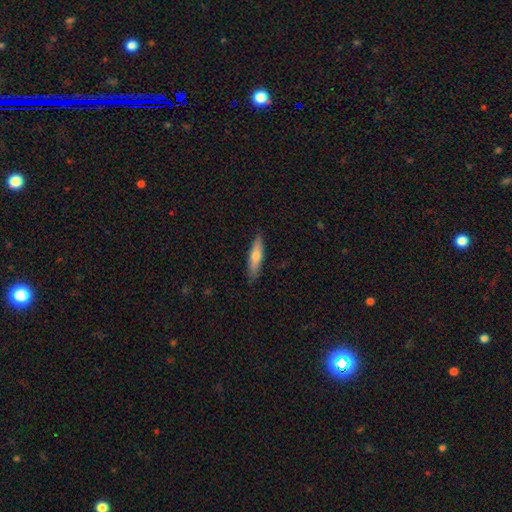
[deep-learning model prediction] Smooth or featured?
  - smooth: 64% *
  - featured or disk: 30%
  - star or artifact: 6%
How rounded?
  - cigar-shaped: 77% *
  - in between: 22%
  - round: 2%
Merging?
  - none: 87% *
  - minor disturbance: 10%
  - major disturbance: 2%
  - merger: 1%